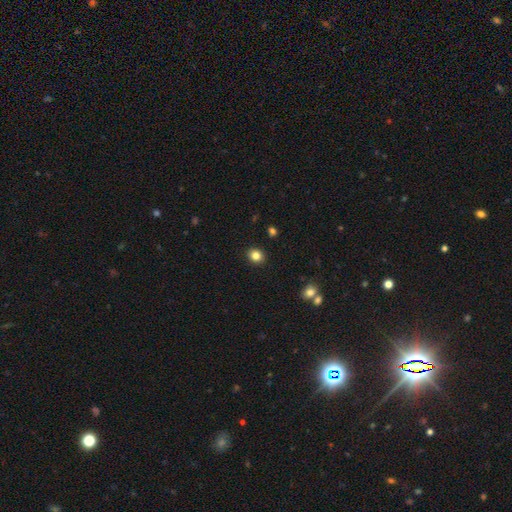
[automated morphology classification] smooth-or-featured: smooth: 83% | star or artifact: 11% | featured or disk: 6%
  how-rounded: round: 69% | in between: 30% | cigar-shaped: 1%
  merging: none: 91% | minor disturbance: 6% | major disturbance: 2% | merger: 1%